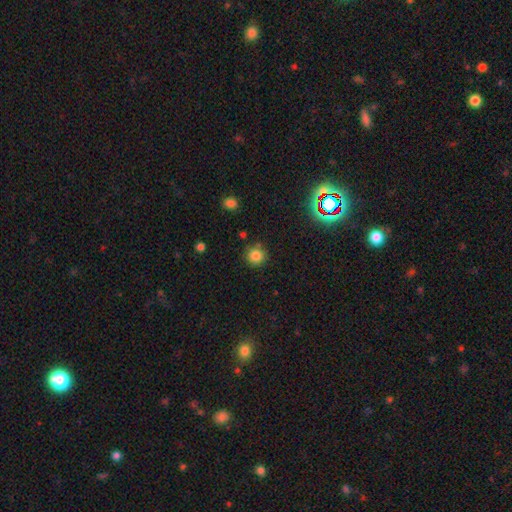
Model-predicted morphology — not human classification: Overall: smooth (81%). How rounded: round (93%). Merging: none (84%).